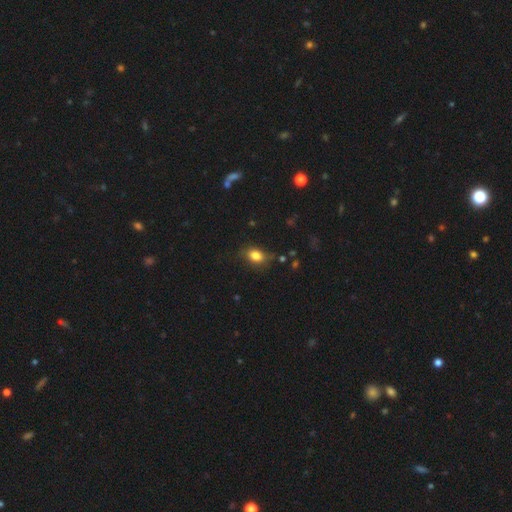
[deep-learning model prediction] Smooth or featured: smooth — 82% (star or artifact — 10%)
How rounded: in between — 71% (round — 26%)
Merging: none — 72% (minor disturbance — 21%)